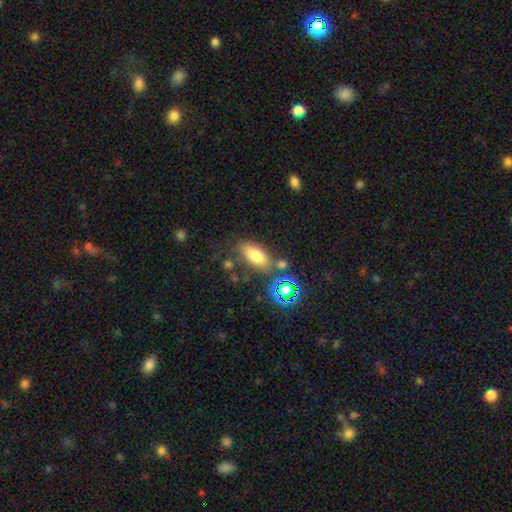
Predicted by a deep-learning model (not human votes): Smooth or featured? Predicted: smooth (p=0.74). How rounded? Predicted: in between (p=0.83). Merging? Predicted: none (p=0.70).